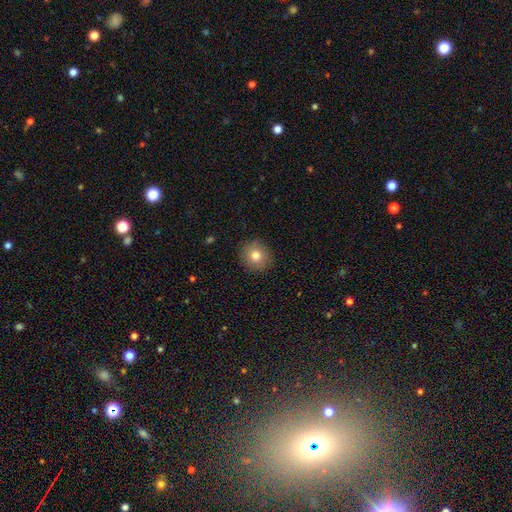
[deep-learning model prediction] Smooth or featured?
  - smooth: 79% *
  - star or artifact: 11%
  - featured or disk: 10%
How rounded?
  - round: 90% *
  - in between: 9%
  - cigar-shaped: 1%
Merging?
  - none: 90% *
  - minor disturbance: 7%
  - major disturbance: 2%
  - merger: 1%